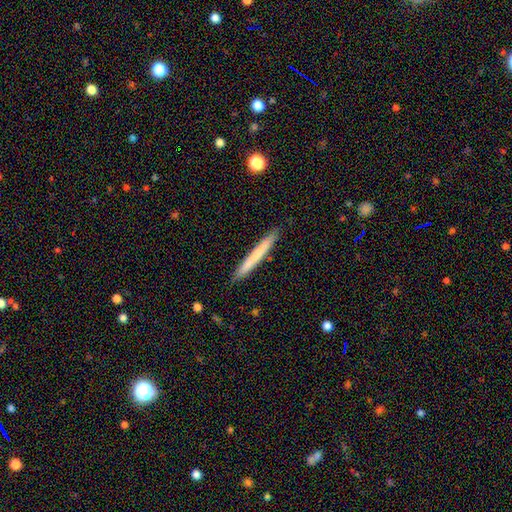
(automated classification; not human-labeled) This is likely a smooth galaxy (65%). How rounded: clearly cigar-shaped (97%). Merging: clearly none (90%).